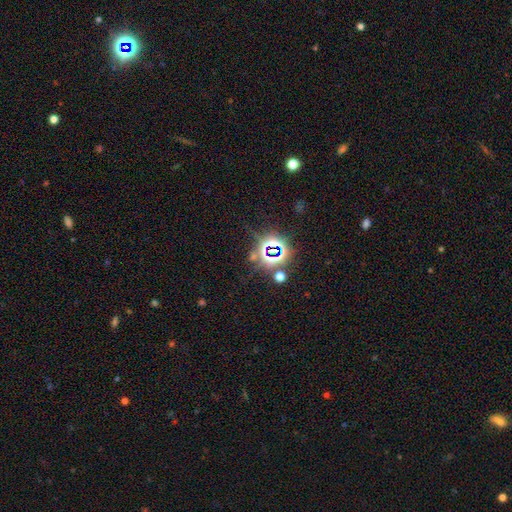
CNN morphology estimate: This is likely a star or artifact rather than a galaxy (78%).